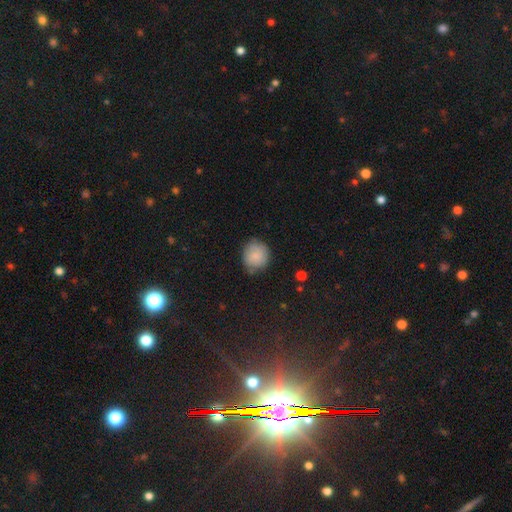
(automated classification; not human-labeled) A smooth galaxy with no disk features (82%) that is round (87%).

Vote fractions:
- Smooth or featured? smooth: 82% / featured or disk: 10% / star or artifact: 8%
- How rounded? round: 87% / in between: 12% / cigar-shaped: 1%
- Merging? none: 76% / minor disturbance: 18% / major disturbance: 4% / merger: 2%